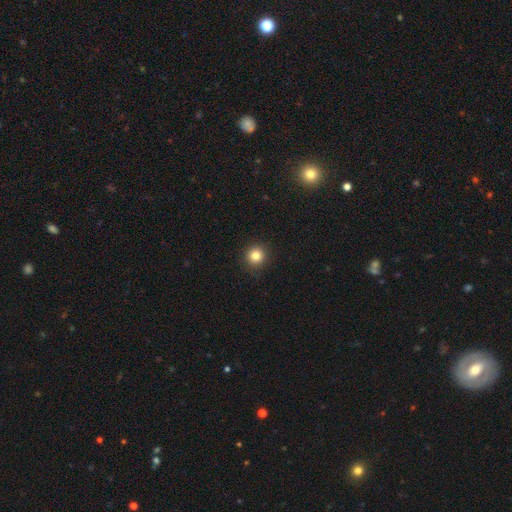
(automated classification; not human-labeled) smooth-or-featured: smooth: 83% | star or artifact: 11% | featured or disk: 5%
  how-rounded: round: 93% | in between: 6% | cigar-shaped: 1%
  merging: none: 91% | minor disturbance: 6% | major disturbance: 2% | merger: 1%